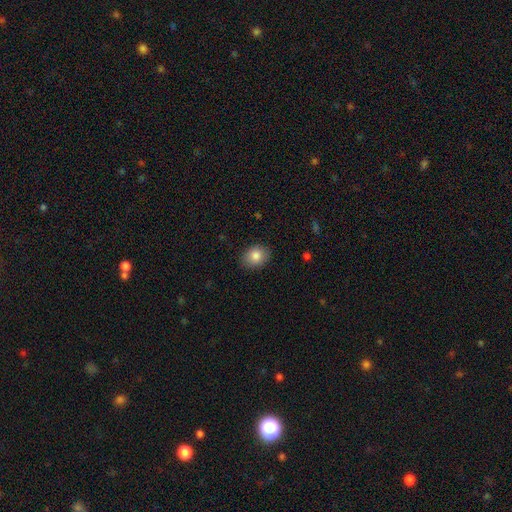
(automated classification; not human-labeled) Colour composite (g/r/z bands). It shows a smooth galaxy with no disk features (84%) that is in between round and cigar-shaped (63%). Merging: none (87%).